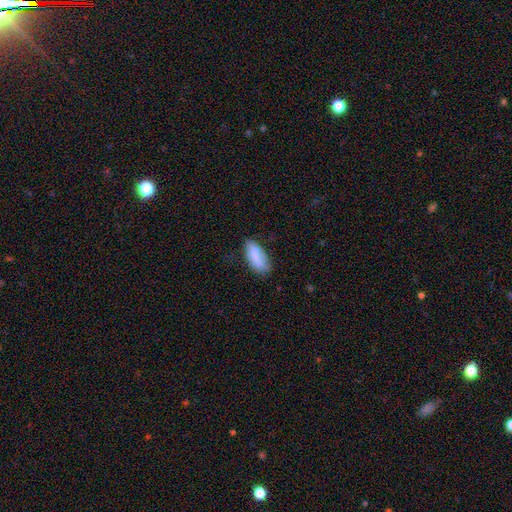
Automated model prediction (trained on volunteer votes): This is likely a smooth galaxy (72%). How rounded: clearly in between (86%). Merging: possibly none (56%).